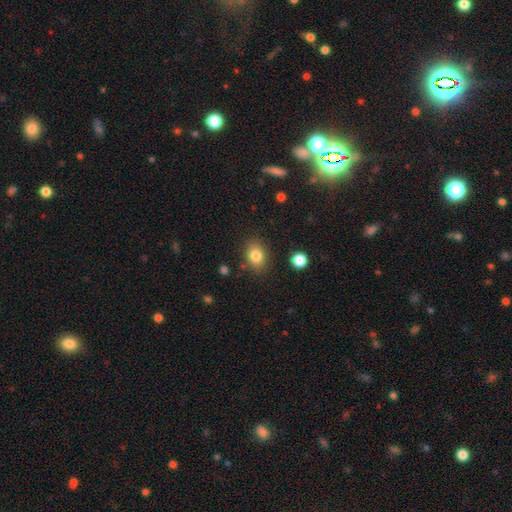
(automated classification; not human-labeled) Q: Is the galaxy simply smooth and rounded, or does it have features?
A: smooth — 82%.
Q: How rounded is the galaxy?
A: in between — 61%.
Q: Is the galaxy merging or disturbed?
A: none — 83%.